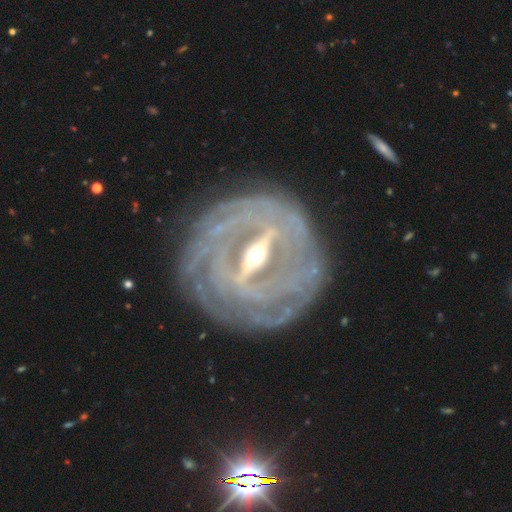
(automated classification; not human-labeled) Overall: featured or disk (89%). Edge-on disk: no (85%). Bar: strong (76%). Spiral arms: yes (88%). Spiral arm count: can't tell (35%; more than 4 18%). Spiral winding: tight (83%). Bulge size: moderate (53%; small 39%). Merging: none (78%).